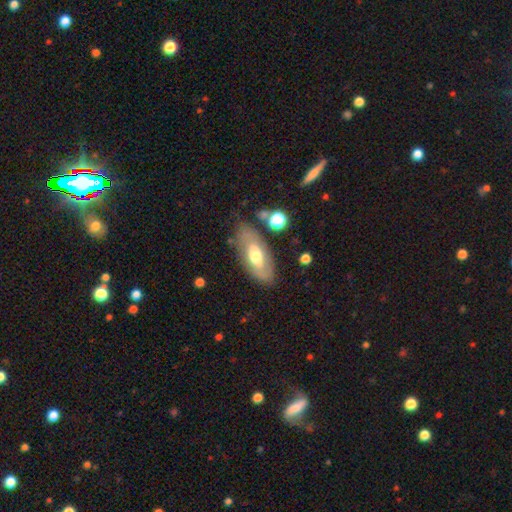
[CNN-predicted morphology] This is possibly a smooth galaxy (52%). How rounded: clearly in between (84%). Merging: likely none (73%).